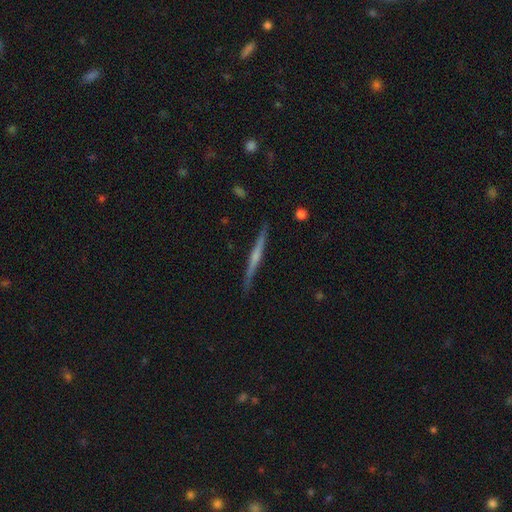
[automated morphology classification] Overall: featured or disk (64%; smooth 31%). Edge-on disk: yes (98%). Edge-on bulge: none (50%; rounded 37%). Merging: none (89%).